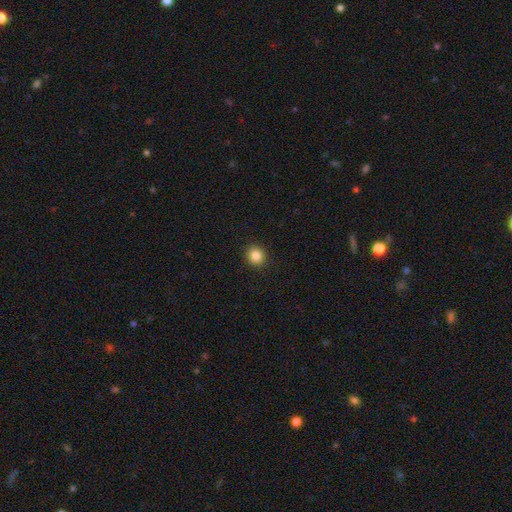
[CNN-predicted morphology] smooth_or_featured: smooth (p=0.85) [alt: star or artifact p=0.11]
how_rounded: round (p=0.88) [alt: in between p=0.11]
merging: none (p=0.92) [alt: minor disturbance p=0.05]